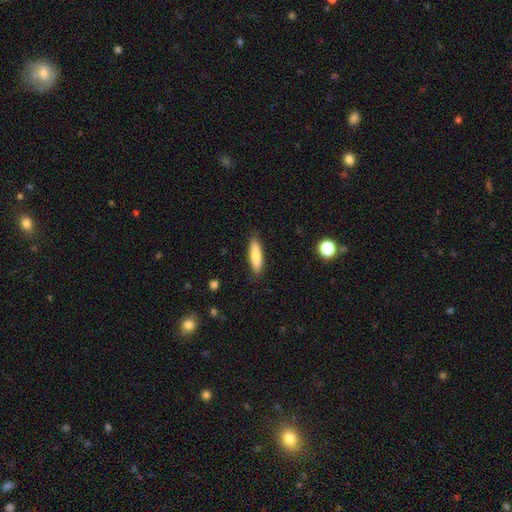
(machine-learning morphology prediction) smooth-or-featured: smooth: 79% | featured or disk: 14% | star or artifact: 6%
  how-rounded: cigar-shaped: 67% | in between: 32% | round: 2%
  merging: none: 87% | minor disturbance: 10% | major disturbance: 2% | merger: 1%